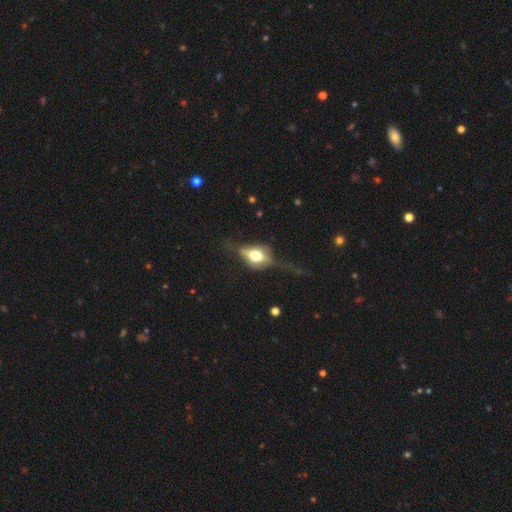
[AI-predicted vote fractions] The model was most divided on "smooth or featured": featured or disk: 56%, smooth: 34%, star or artifact: 10%. More confident: edge-on disk — yes (83%); merging — none (55%).